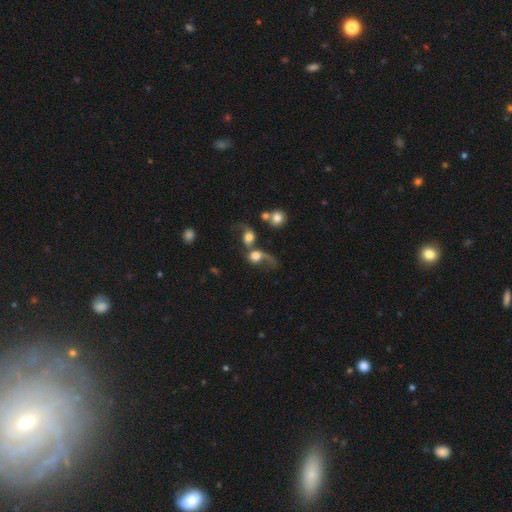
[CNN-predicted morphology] Q: Smooth or featured?
A: smooth (53%); runner-up: featured or disk (35%)
Q: How rounded?
A: round (62%); runner-up: in between (36%)
Q: Merging?
A: merger (52%); runner-up: major disturbance (25%)